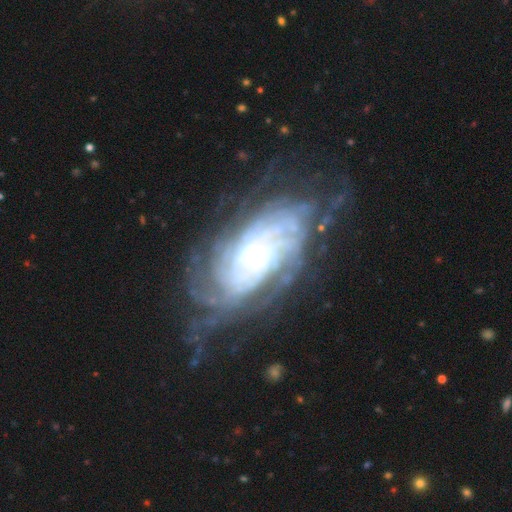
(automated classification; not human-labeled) smooth-or-featured: featured or disk: 85% | smooth: 8% | star or artifact: 7%
  disk-edge-on: no: 95% | yes: 5%
    bar: no: 68% | weak: 24% | strong: 9%
    has-spiral-arms: yes: 95% | no: 5%
      spiral-winding: tight: 74% | medium: 20% | loose: 6%
      spiral-arm-count: can't tell: 40% | more than 4: 19% | 4: 15% | 2: 11% | 3: 10% | 1: 7%
    bulge-size: small: 72% | moderate: 15% | none: 7% | large: 4% | dominant: 2%
  merging: none: 63% | minor disturbance: 20% | major disturbance: 15% | merger: 2%